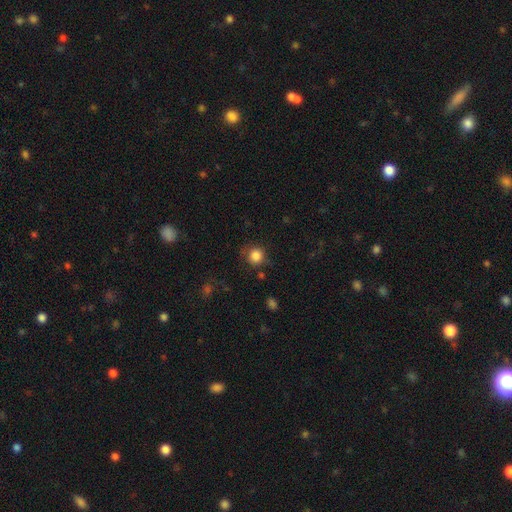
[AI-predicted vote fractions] Q: Smooth or featured?
A: smooth (84%); runner-up: star or artifact (11%)
Q: How rounded?
A: round (91%); runner-up: in between (8%)
Q: Merging?
A: none (77%); runner-up: minor disturbance (16%)